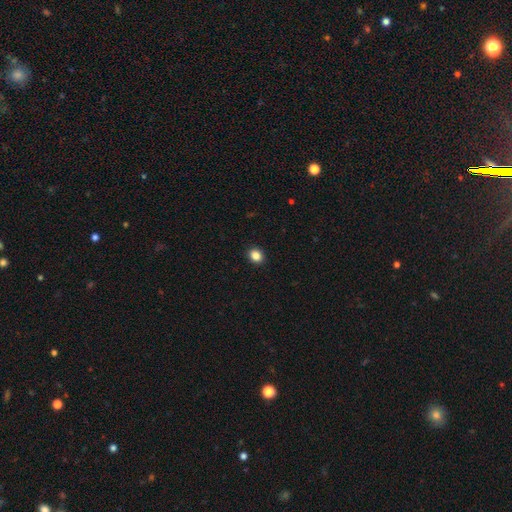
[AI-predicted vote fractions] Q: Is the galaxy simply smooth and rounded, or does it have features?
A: smooth — 86%.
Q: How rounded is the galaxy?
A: round — 66%.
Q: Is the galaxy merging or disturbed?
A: none — 92%.